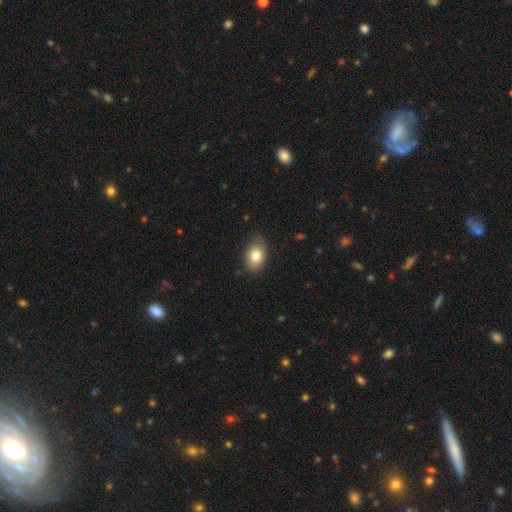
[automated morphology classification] Smooth or featured?
  - smooth: 80% *
  - featured or disk: 12%
  - star or artifact: 8%
How rounded?
  - in between: 83% *
  - round: 16%
  - cigar-shaped: 1%
Merging?
  - none: 74% *
  - minor disturbance: 21%
  - major disturbance: 4%
  - merger: 1%